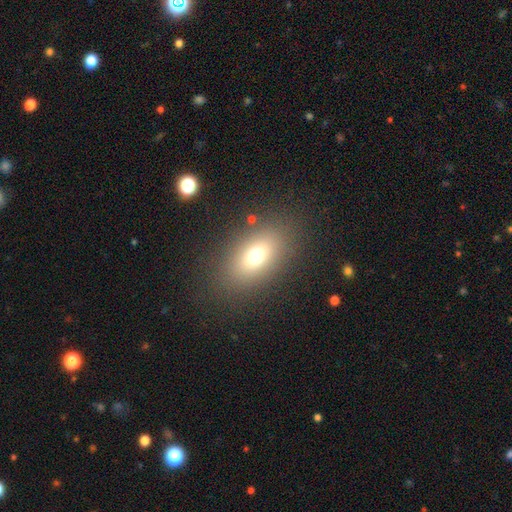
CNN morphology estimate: Smooth or featured? smooth (69%)
How rounded? in between (77%)
Merging? none (84%)